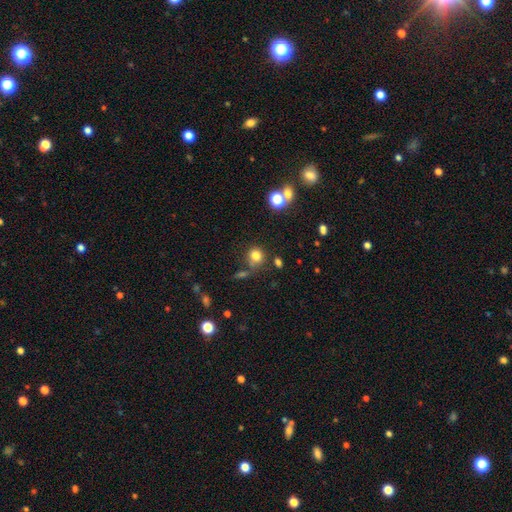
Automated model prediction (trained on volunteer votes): smooth-or-featured: smooth: 79% | star or artifact: 14% | featured or disk: 7%
  how-rounded: round: 85% | in between: 14% | cigar-shaped: 1%
  merging: none: 70% | minor disturbance: 13% | merger: 11% | major disturbance: 5%